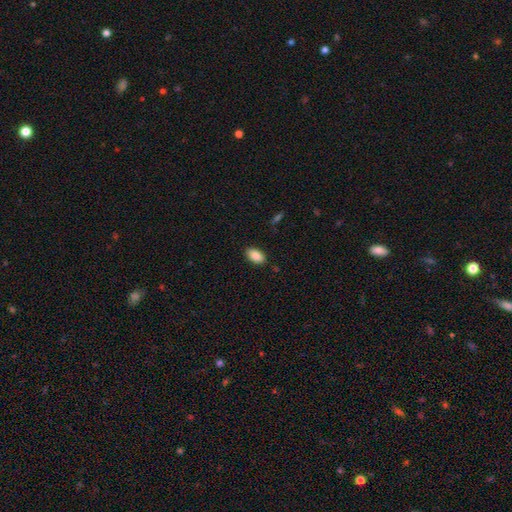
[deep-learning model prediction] A smooth galaxy with no disk features (89%) that is in between round and cigar-shaped (93%). Merging: none (87%).